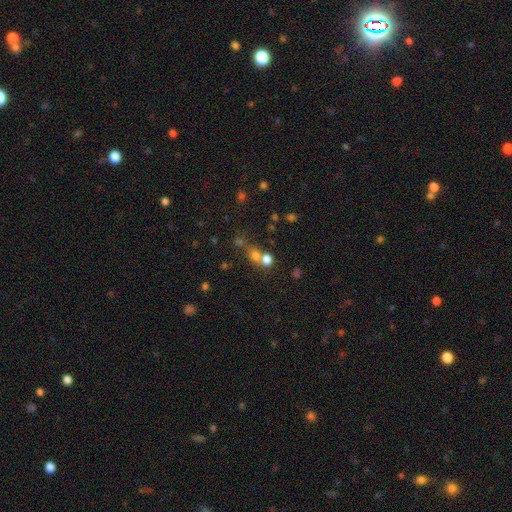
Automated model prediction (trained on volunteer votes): Smooth or featured: smooth — 65% (star or artifact — 24%)
How rounded: round — 75% (in between — 23%)
Merging: none — 47% (merger — 42%)